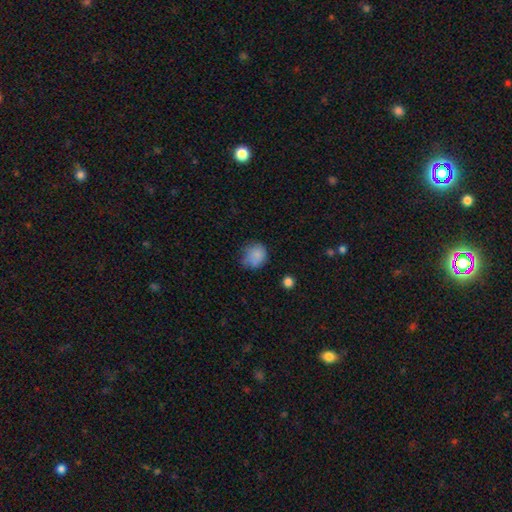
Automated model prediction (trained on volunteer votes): A smooth galaxy with no disk features (83%) that is round (70%). Merging: none (57%).